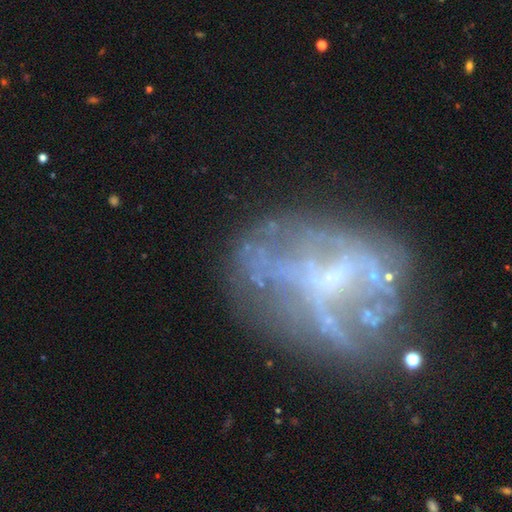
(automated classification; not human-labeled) Smooth or featured? featured or disk (54%)
Edge-on disk? no (95%)
Bar? no (71%)
Spiral arms? no (64%)
Bulge size? none (52%)
Merging? none (54%)